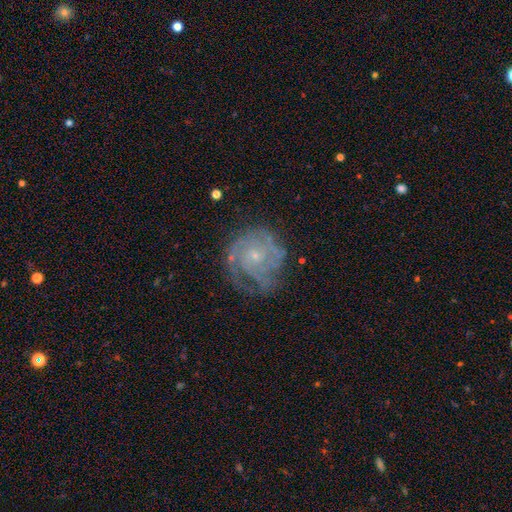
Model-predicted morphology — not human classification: smooth-or-featured: featured or disk: 83% | smooth: 10% | star or artifact: 7%
  disk-edge-on: no: 98% | yes: 2%
    bar: no: 77% | weak: 20% | strong: 3%
    has-spiral-arms: yes: 94% | no: 6%
      spiral-winding: tight: 66% | medium: 28% | loose: 6%
      spiral-arm-count: can't tell: 29% | 3: 26% | 2: 21% | 4: 11% | 1: 7% | more than 4: 6%
    bulge-size: small: 78% | moderate: 16% | none: 4% | large: 1% | dominant: 1%
  merging: none: 65% | minor disturbance: 21% | major disturbance: 12% | merger: 2%